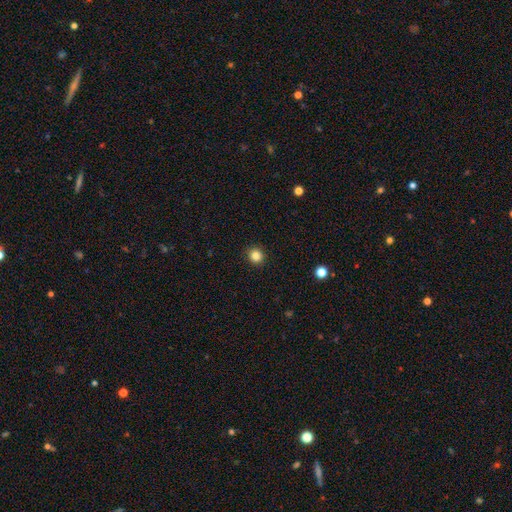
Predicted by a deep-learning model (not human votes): Smooth or featured? Predicted: smooth (p=0.85). How rounded? Predicted: round (p=0.92). Merging? Predicted: none (p=0.92).